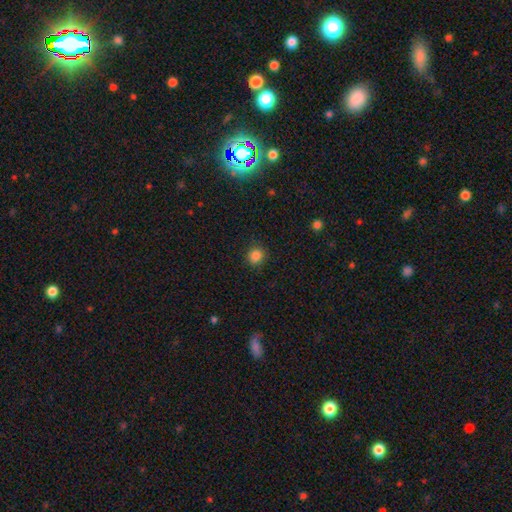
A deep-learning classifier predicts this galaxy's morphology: The model was most divided on "how rounded": round: 79%, in between: 20%, cigar-shaped: 1%. More confident: merging — none (87%); smooth or featured — smooth (85%).